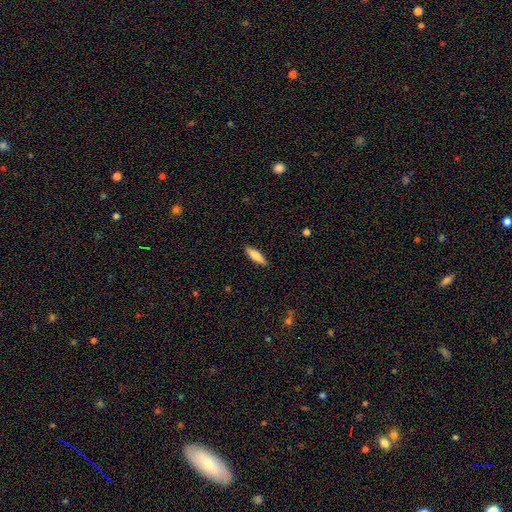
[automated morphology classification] A smooth galaxy with no disk features (77%) that is cigar-shaped (68%). Merging: none (90%).